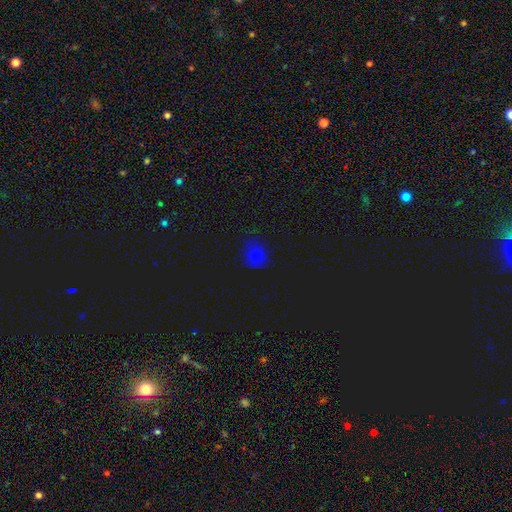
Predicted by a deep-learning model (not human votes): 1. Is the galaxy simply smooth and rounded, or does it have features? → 70% smooth, 22% star or artifact, 7% featured or disk.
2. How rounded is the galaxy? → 79% round, 20% in between, 1% cigar-shaped.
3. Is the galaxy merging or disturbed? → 75% none, 19% minor disturbance, 5% major disturbance, 2% merger.